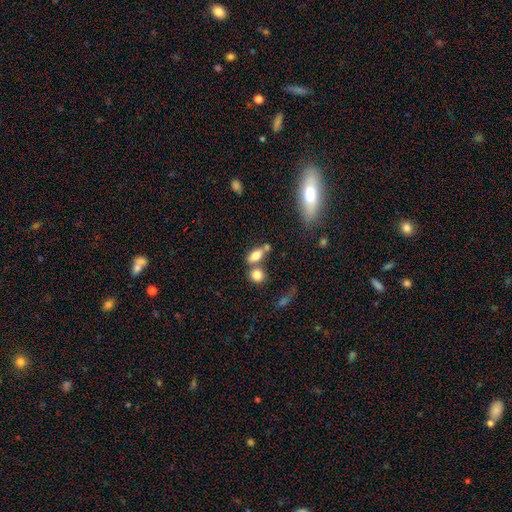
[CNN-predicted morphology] Smooth or featured?
  - smooth: 76% *
  - featured or disk: 14%
  - star or artifact: 10%
How rounded?
  - in between: 78% *
  - round: 14%
  - cigar-shaped: 8%
Merging?
  - none: 46% *
  - merger: 35%
  - minor disturbance: 13%
  - major disturbance: 6%